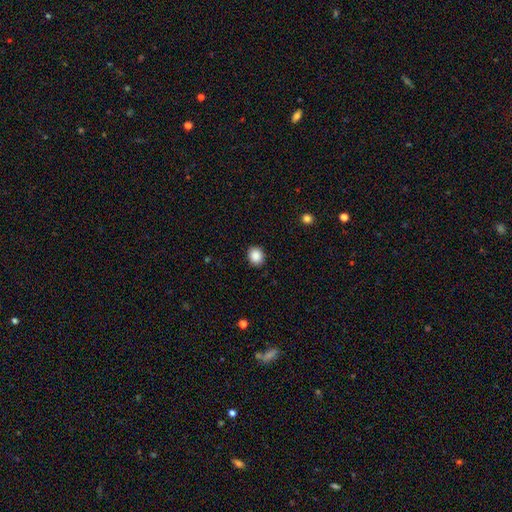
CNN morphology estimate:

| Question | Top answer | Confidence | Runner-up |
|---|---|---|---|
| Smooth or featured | smooth | 88% | star or artifact (9%) |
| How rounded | round | 68% | in between (31%) |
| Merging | none | 89% | minor disturbance (8%) |